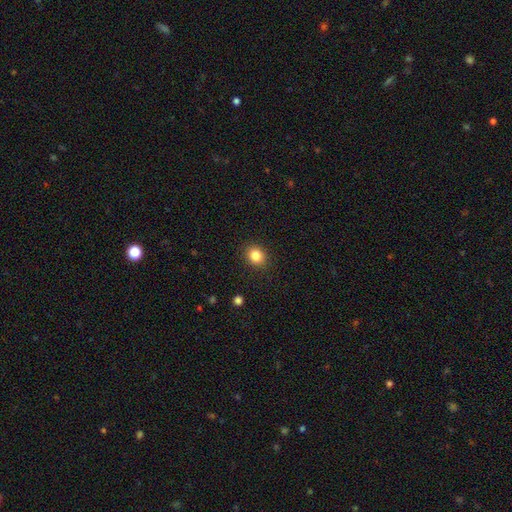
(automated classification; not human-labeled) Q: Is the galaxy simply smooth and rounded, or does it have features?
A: smooth — 83%.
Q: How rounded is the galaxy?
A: round — 69%.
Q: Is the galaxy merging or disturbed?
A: none — 90%.